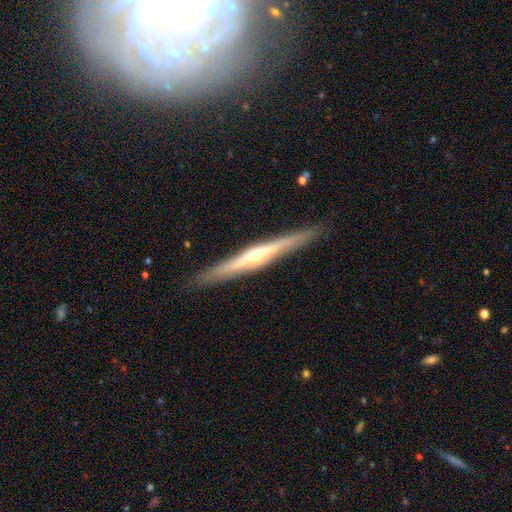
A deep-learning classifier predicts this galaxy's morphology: A featured or disk galaxy (76%) viewed edge-on (97%) with a rounded central bulge (85%). Merging: none (91%).